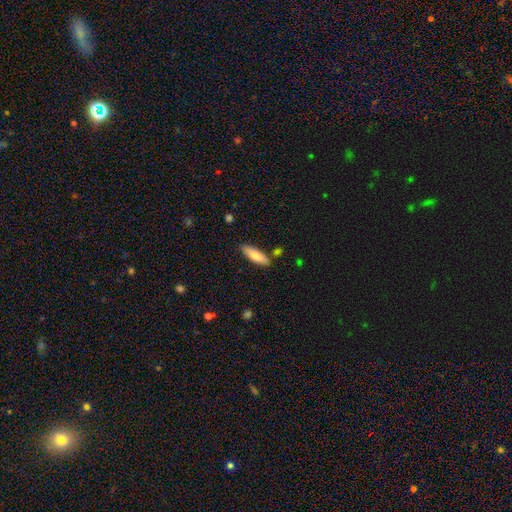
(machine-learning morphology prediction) A smooth galaxy with no disk features (78%) that is cigar-shaped (51%).

Vote fractions:
- Smooth or featured? smooth: 78% / featured or disk: 16% / star or artifact: 6%
- How rounded? cigar-shaped: 51% / in between: 47% / round: 2%
- Merging? none: 83% / minor disturbance: 12% / merger: 4% / major disturbance: 2%